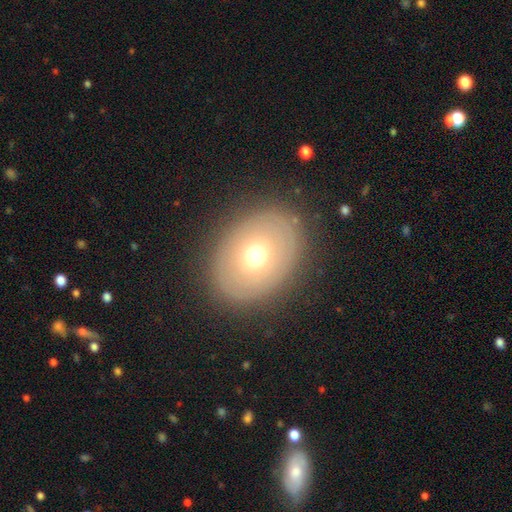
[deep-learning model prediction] Smooth or featured? smooth (55%)
How rounded? in between (60%)
Merging? none (84%)